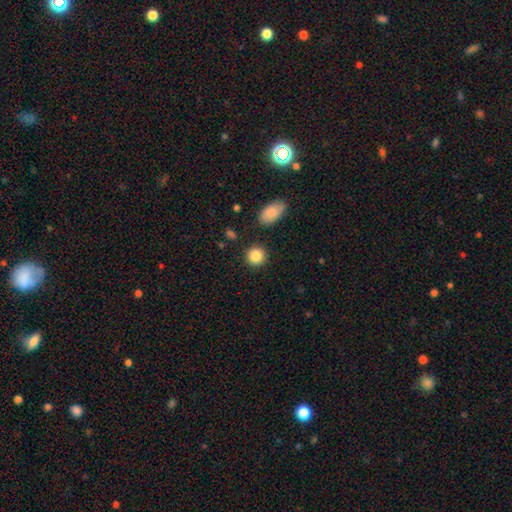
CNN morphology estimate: Smooth or featured?
  - smooth: 86% *
  - star or artifact: 9%
  - featured or disk: 6%
How rounded?
  - round: 89% *
  - in between: 10%
  - cigar-shaped: 1%
Merging?
  - none: 88% *
  - minor disturbance: 7%
  - merger: 3%
  - major disturbance: 2%